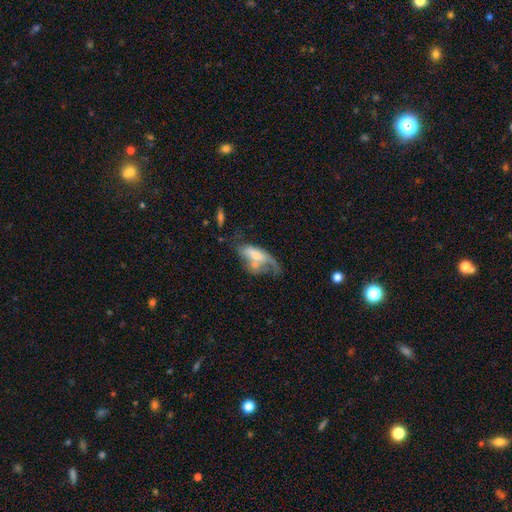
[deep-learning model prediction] A smooth galaxy with no disk features (50%) that is in between round and cigar-shaped (82%).

Vote fractions:
- Smooth or featured? smooth: 50% / featured or disk: 43% / star or artifact: 7%
- How rounded? in between: 82% / cigar-shaped: 14% / round: 4%
- Merging? major disturbance: 33% / merger: 31% / none: 20% / minor disturbance: 16%